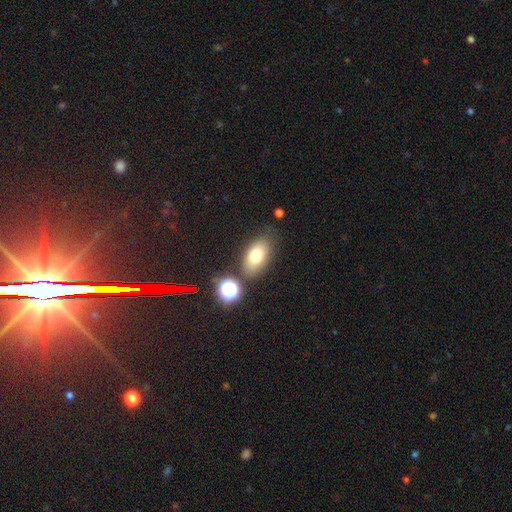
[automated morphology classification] type=smooth (76%); roundness=in between (89%); merging=none (75%).